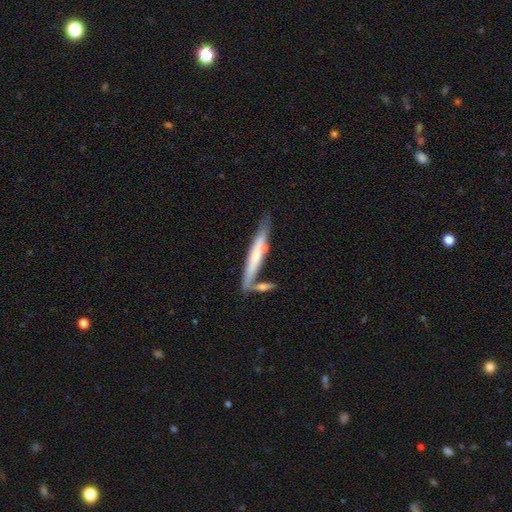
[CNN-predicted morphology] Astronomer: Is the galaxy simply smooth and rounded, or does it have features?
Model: smooth — 51% (runner-up: featured or disk, 43%).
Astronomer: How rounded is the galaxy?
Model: cigar-shaped — 91%.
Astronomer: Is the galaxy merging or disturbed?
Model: none — 58%.